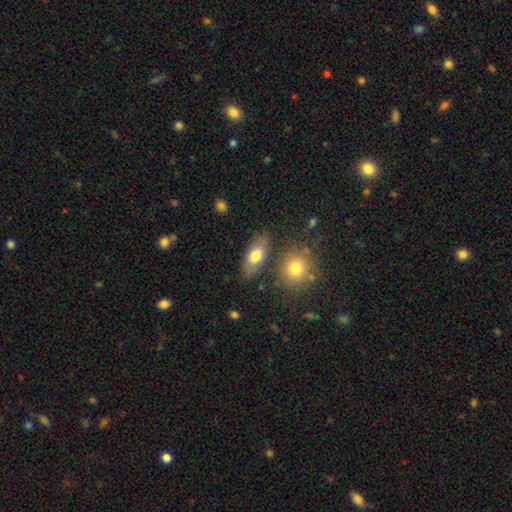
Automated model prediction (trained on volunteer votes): This appears to be a smooth galaxy with no disk features (72%) that is in between round and cigar-shaped (83%). Merging: none (76%).